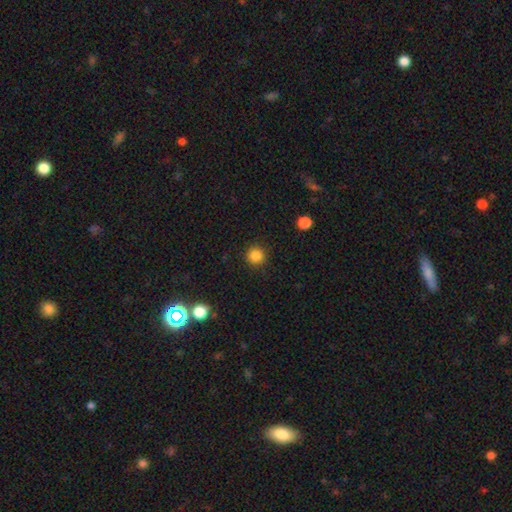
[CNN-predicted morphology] Smooth or featured: smooth — 85% (star or artifact — 11%)
How rounded: round — 94% (in between — 5%)
Merging: none — 91% (minor disturbance — 6%)